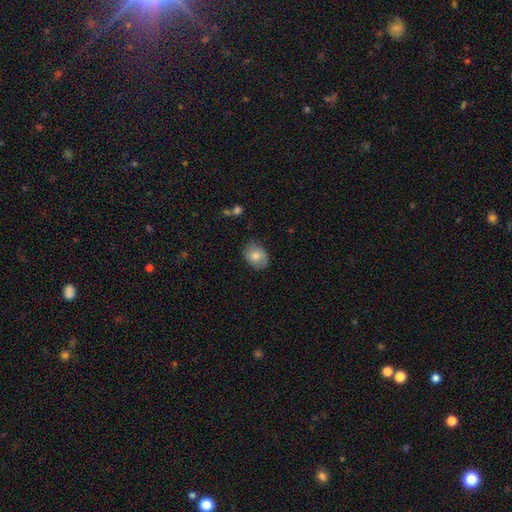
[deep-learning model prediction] Smooth or featured: smooth — 76% (featured or disk — 16%)
How rounded: in between — 71% (round — 28%)
Merging: none — 80% (minor disturbance — 16%)